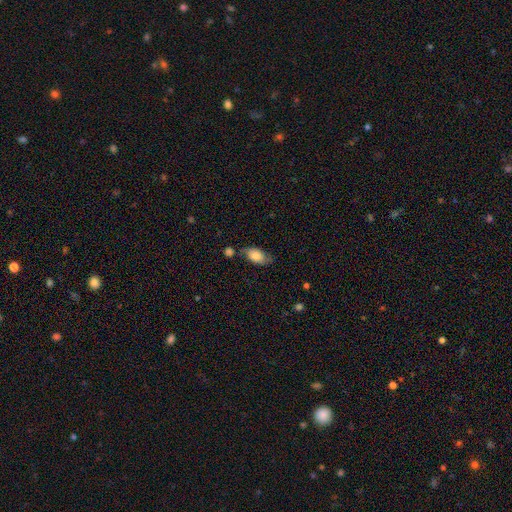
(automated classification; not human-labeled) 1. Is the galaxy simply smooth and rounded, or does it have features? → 71% smooth, 21% featured or disk, 8% star or artifact.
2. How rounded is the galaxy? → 90% in between, 6% round, 4% cigar-shaped.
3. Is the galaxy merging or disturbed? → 56% none, 24% minor disturbance, 11% merger, 8% major disturbance.